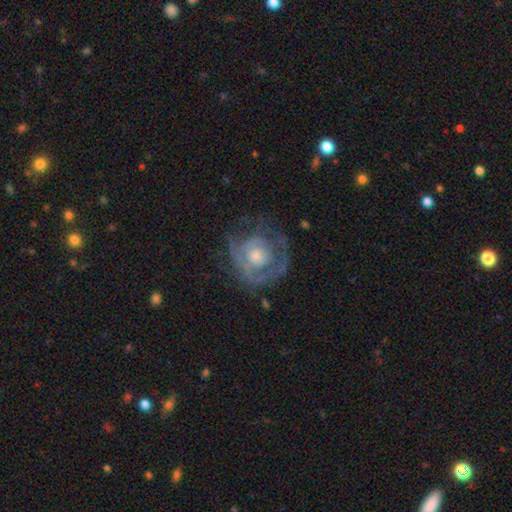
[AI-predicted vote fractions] A featured or disk galaxy (73%) with no bar (81%), spiral arms (67%) and a moderate central bulge (58%).

Vote fractions:
- Smooth or featured? featured or disk: 73% / smooth: 20% / star or artifact: 7%
- Edge-on disk? no: 97% / yes: 3%
- Bar? no: 81% / weak: 16% / strong: 3%
- Spiral arms? yes: 67% / no: 33%
- Bulge size? moderate: 58% / small: 26% / large: 11% / none: 3% / dominant: 1%
- Merging? none: 59% / minor disturbance: 20% / major disturbance: 19% / merger: 2%